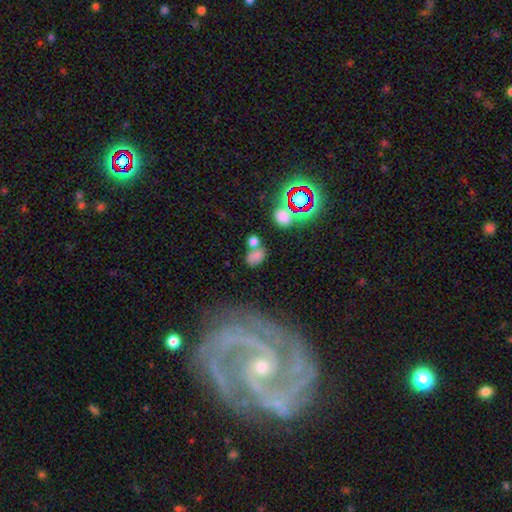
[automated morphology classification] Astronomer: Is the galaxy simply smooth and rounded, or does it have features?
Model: smooth — 72%.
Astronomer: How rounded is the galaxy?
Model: in between — 74%.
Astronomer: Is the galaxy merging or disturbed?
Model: none — 46% (runner-up: merger, 30%).